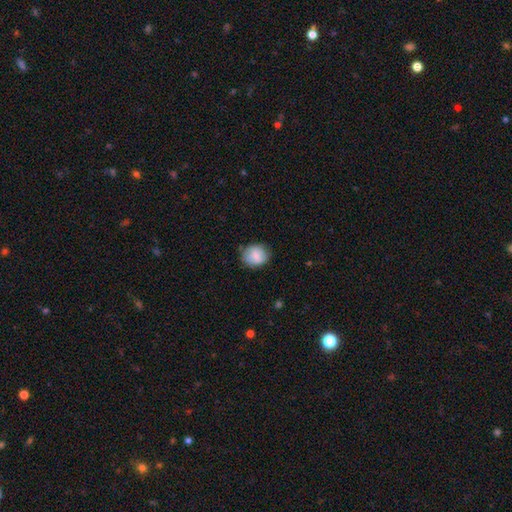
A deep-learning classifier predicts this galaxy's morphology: Q: Smooth or featured?
A: smooth (77%); runner-up: featured or disk (15%)
Q: How rounded?
A: round (65%); runner-up: in between (34%)
Q: Merging?
A: none (74%); runner-up: minor disturbance (20%)